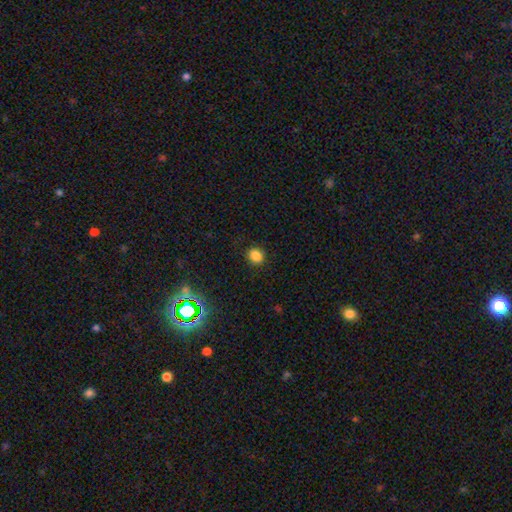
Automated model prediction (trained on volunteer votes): This appears to be a smooth galaxy with no disk features (84%) that is round (74%). Merging: none (88%).